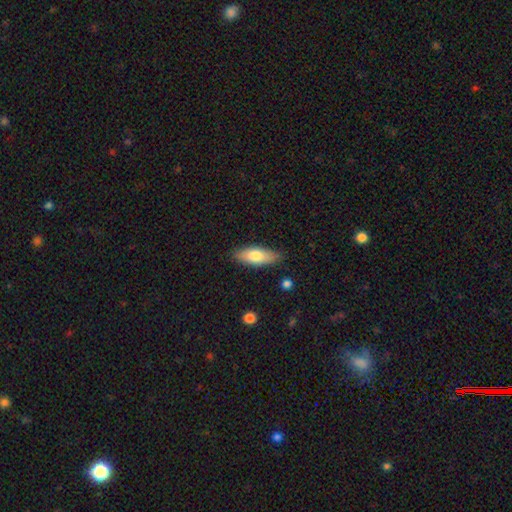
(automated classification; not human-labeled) The model was most divided on "how rounded": in between: 69%, cigar-shaped: 29%, round: 2%. More confident: merging — none (84%); smooth or featured — smooth (75%).